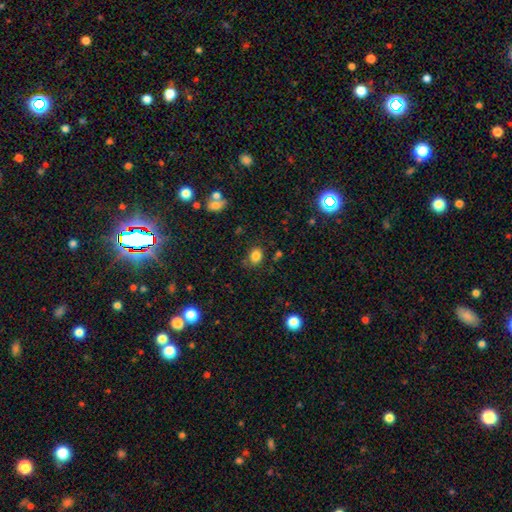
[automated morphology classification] Smooth or featured? Predicted: smooth (p=0.83). How rounded? Predicted: round (p=0.55). Merging? Predicted: none (p=0.73).